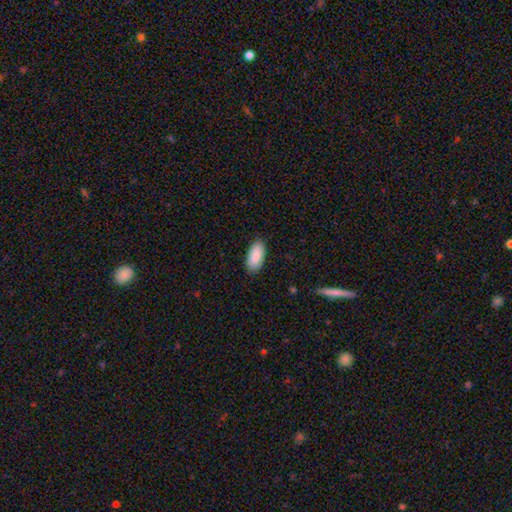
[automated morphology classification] Smooth or featured? Predicted: smooth (p=0.89). How rounded? Predicted: in between (p=0.93). Merging? Predicted: none (p=0.88).